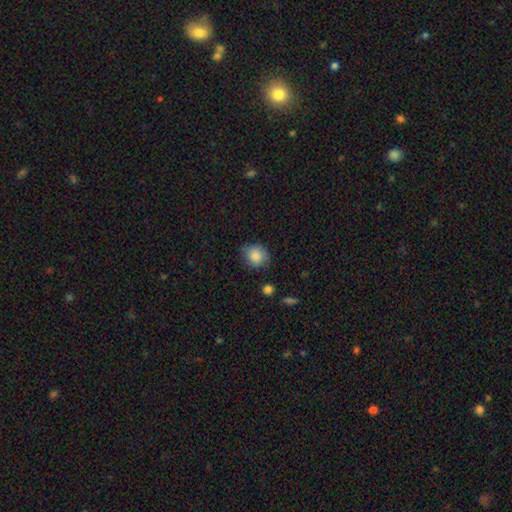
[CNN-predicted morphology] This is clearly a smooth galaxy (85%). How rounded: likely round (73%). Merging: likely none (67%).